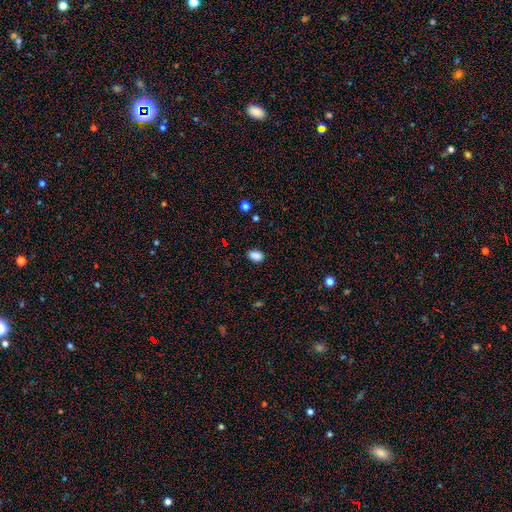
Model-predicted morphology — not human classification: Q: Smooth or featured?
A: smooth (88%); runner-up: star or artifact (9%)
Q: How rounded?
A: in between (87%); runner-up: round (11%)
Q: Merging?
A: none (86%); runner-up: minor disturbance (10%)